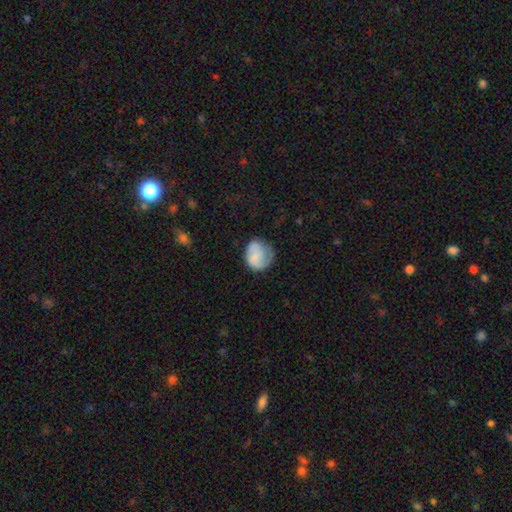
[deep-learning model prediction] Morphology: type=smooth (55%); roundness=round (73%); merging=none (51%).